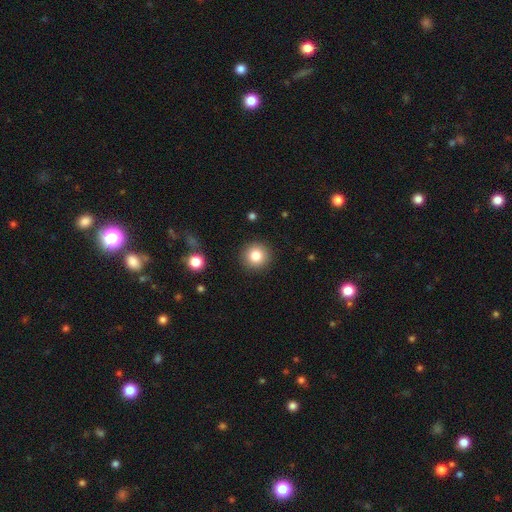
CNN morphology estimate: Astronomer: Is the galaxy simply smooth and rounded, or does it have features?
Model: smooth — 83%.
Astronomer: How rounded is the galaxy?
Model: round — 94%.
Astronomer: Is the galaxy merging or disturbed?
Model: none — 90%.